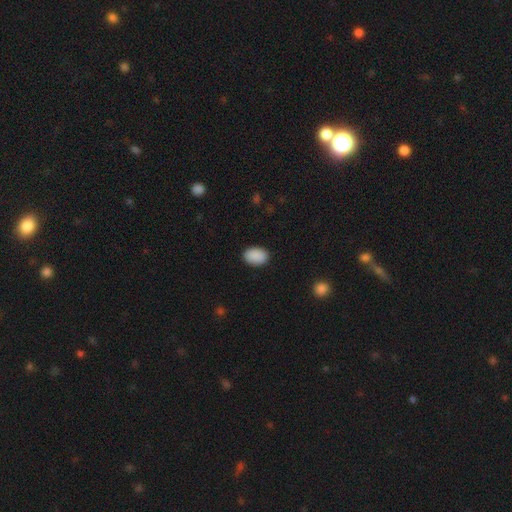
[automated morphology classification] Smooth or featured?
  - smooth: 90% *
  - star or artifact: 7%
  - featured or disk: 3%
How rounded?
  - in between: 84% *
  - round: 15%
  - cigar-shaped: 1%
Merging?
  - none: 89% *
  - minor disturbance: 8%
  - major disturbance: 2%
  - merger: 1%